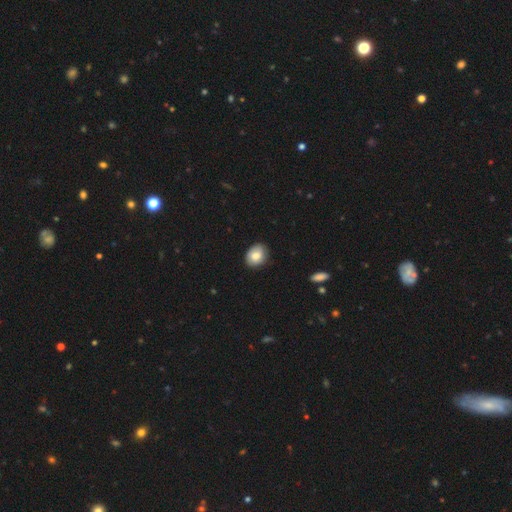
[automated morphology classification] smooth 83%, featured or disk 9%, star or artifact 7%. Down the decision tree: how rounded — in between (50%); merging — none (85%).